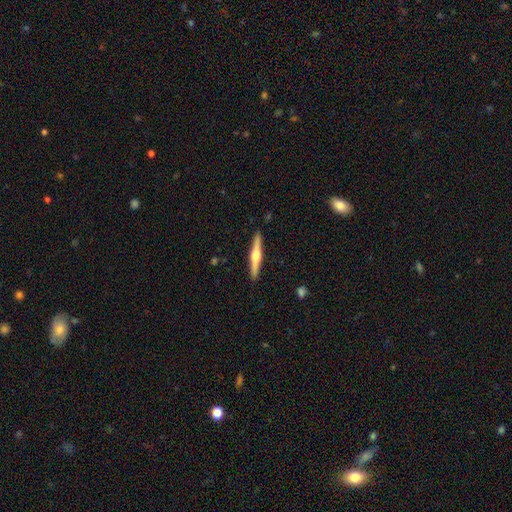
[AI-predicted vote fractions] Q: Smooth or featured?
A: featured or disk (71%); runner-up: smooth (24%)
Q: Edge-on disk?
A: yes (98%); runner-up: no (2%)
Q: Edge-on bulge?
A: rounded (94%); runner-up: boxy (3%)
Q: Merging?
A: none (92%); runner-up: minor disturbance (6%)